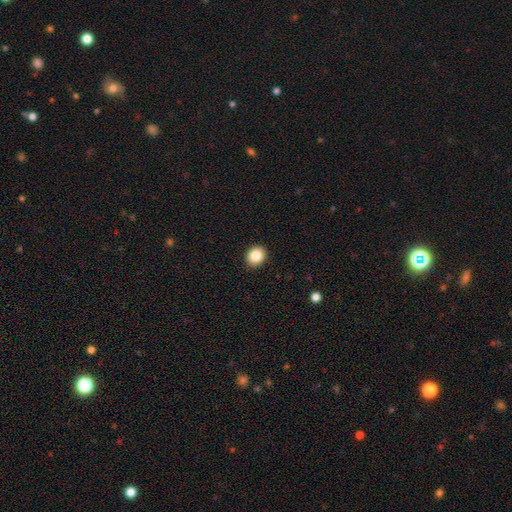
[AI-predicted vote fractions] Q: Smooth or featured?
A: smooth (86%); runner-up: star or artifact (9%)
Q: How rounded?
A: round (66%); runner-up: in between (34%)
Q: Merging?
A: none (91%); runner-up: minor disturbance (6%)